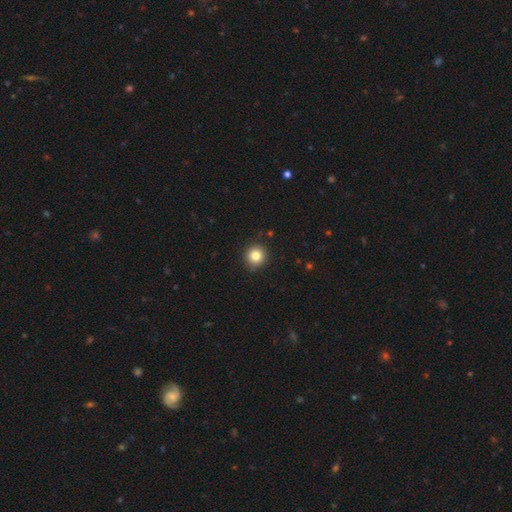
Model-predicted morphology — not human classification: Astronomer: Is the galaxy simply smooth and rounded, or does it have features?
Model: smooth — 83%.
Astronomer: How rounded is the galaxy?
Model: round — 92%.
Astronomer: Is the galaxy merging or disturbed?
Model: none — 90%.